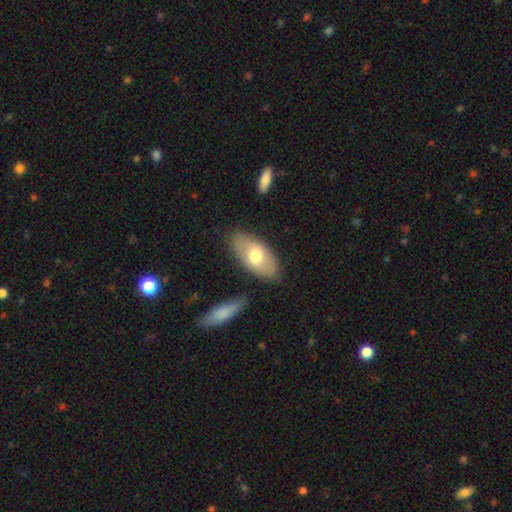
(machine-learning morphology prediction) smooth_or_featured: smooth (p=0.65) [alt: featured or disk p=0.29]
how_rounded: in between (p=0.93) [alt: cigar-shaped p=0.04]
merging: none (p=0.81) [alt: minor disturbance p=0.12]